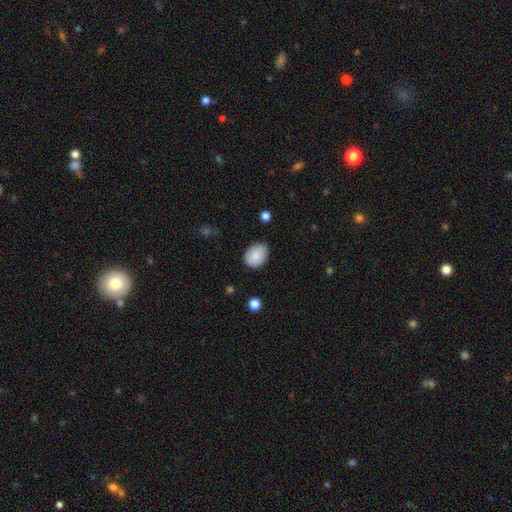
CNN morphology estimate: This appears to be a smooth galaxy with no disk features (86%) that is in between round and cigar-shaped (65%). Merging: none (80%).